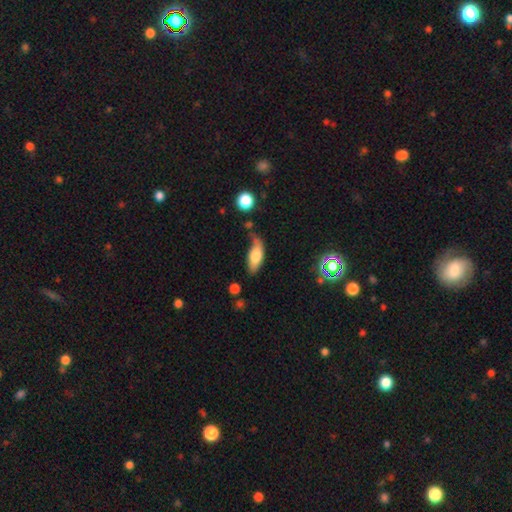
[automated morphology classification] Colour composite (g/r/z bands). It shows a smooth galaxy with no disk features (70%) that is in between round and cigar-shaped (79%). Merging: none (48%).